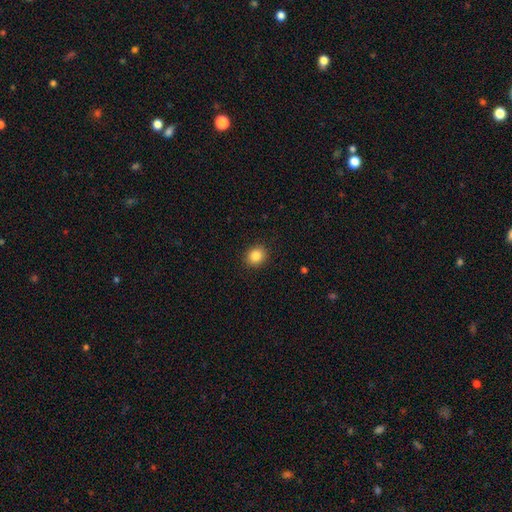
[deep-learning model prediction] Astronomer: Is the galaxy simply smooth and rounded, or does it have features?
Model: smooth — 86%.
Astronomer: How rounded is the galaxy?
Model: round — 77%.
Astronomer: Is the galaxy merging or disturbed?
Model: none — 91%.